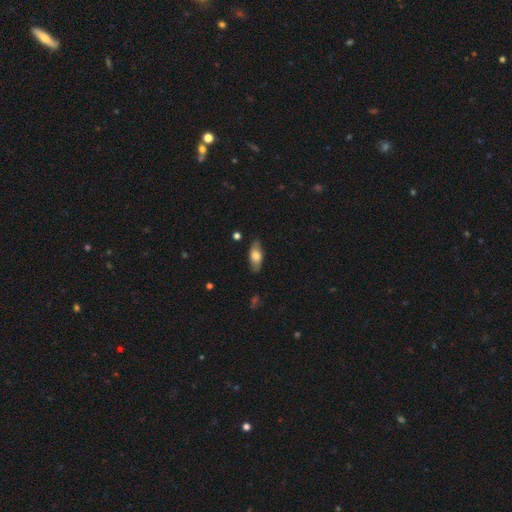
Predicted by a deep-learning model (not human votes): Smooth or featured: smooth — 66% (featured or disk — 27%)
How rounded: in between — 79% (cigar-shaped — 18%)
Merging: none — 83% (minor disturbance — 13%)